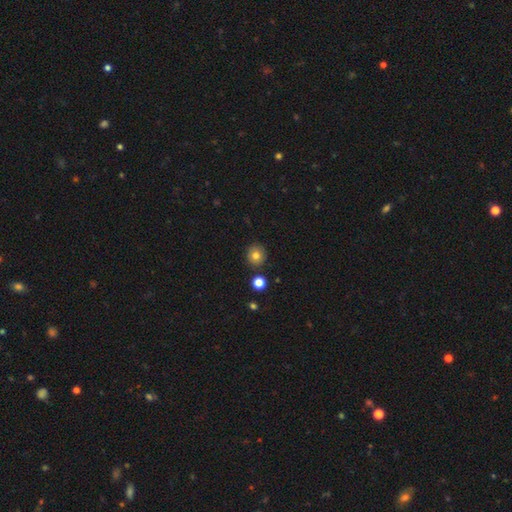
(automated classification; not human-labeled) Morphology: type=smooth (79%); roundness=round (92%); merging=none (88%).